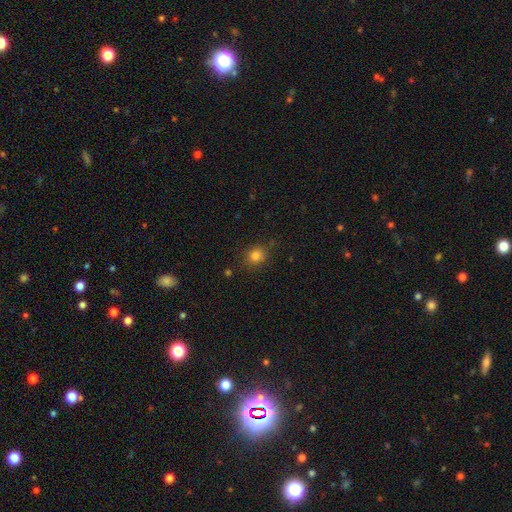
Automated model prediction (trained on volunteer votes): Smooth or featured? smooth (82%)
How rounded? round (75%)
Merging? none (83%)